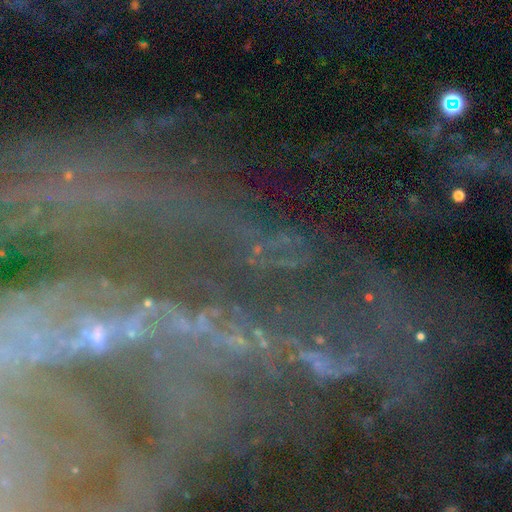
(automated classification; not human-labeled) Q: Smooth or featured?
A: featured or disk (57%); runner-up: star or artifact (32%)
Q: Edge-on disk?
A: no (90%); runner-up: yes (10%)
Q: Bar?
A: no (37%); runner-up: strong (35%)
Q: Spiral arms?
A: yes (88%); runner-up: no (12%)
Q: Bulge size?
A: small (63%); runner-up: moderate (21%)
Q: Merging?
A: none (64%); runner-up: minor disturbance (15%)